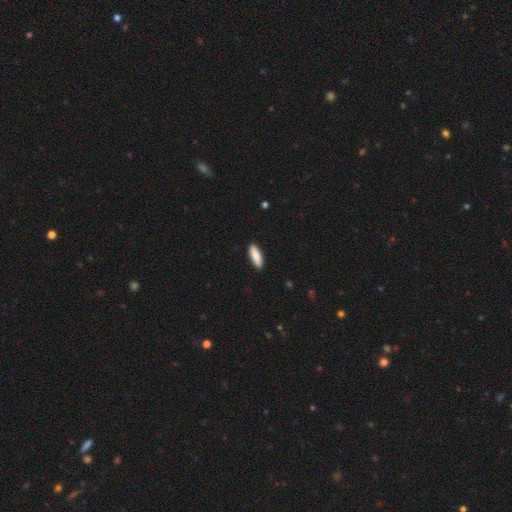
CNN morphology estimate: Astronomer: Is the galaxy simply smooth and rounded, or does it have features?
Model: smooth — 85%.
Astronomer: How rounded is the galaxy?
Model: in between — 54% (runner-up: cigar-shaped, 44%).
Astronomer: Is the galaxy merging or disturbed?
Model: none — 90%.